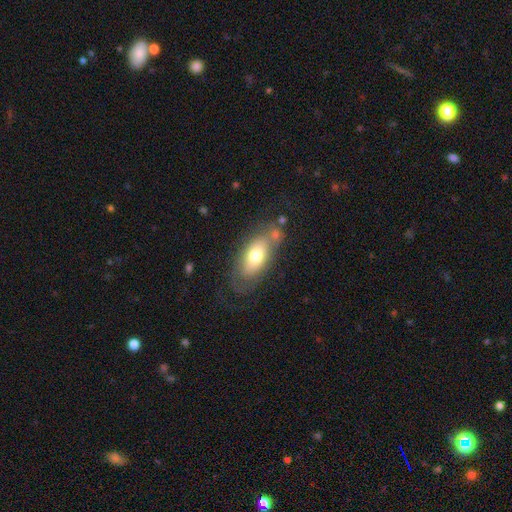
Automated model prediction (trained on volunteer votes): Morphology: type=smooth (65%); roundness=in between (87%); merging=none (60%).